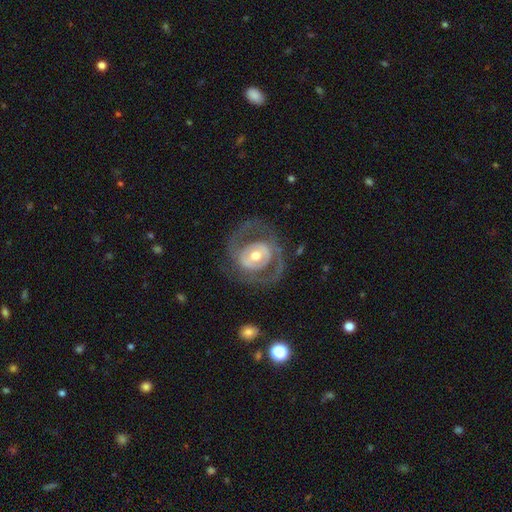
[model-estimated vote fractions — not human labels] The model was most divided on "spiral winding": medium: 45%, tight: 35%, loose: 20%. Remaining: edge-on disk — no (96%); smooth or featured — featured or disk (79%); spiral arm count — 2 (74%); bulge size — moderate (69%); spiral arms — yes (68%); merging — none (67%); bar — no (50%).